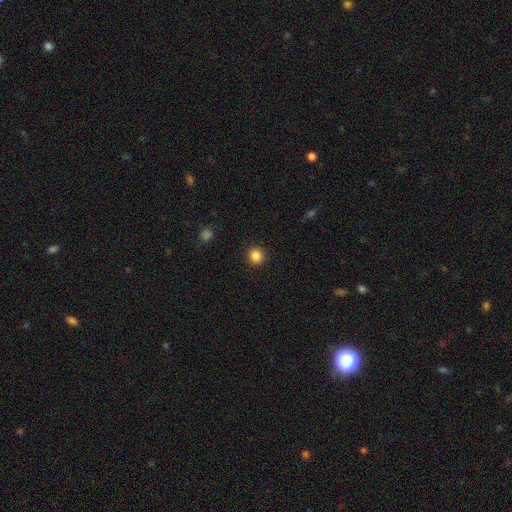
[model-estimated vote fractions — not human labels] A smooth galaxy with no disk features (86%) that is round (93%).

Vote fractions:
- Smooth or featured? smooth: 86% / star or artifact: 11% / featured or disk: 3%
- How rounded? round: 93% / in between: 6% / cigar-shaped: 1%
- Merging? none: 92% / minor disturbance: 5% / major disturbance: 2% / merger: 1%